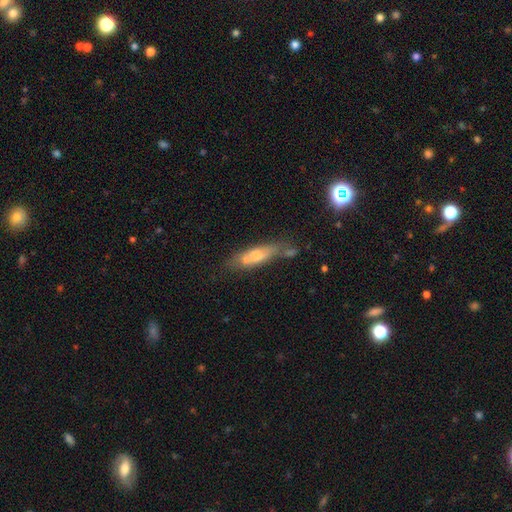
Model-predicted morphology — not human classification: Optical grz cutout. It shows a smooth galaxy with no disk features (60%) that is cigar-shaped (58%). Merging: none (48%).